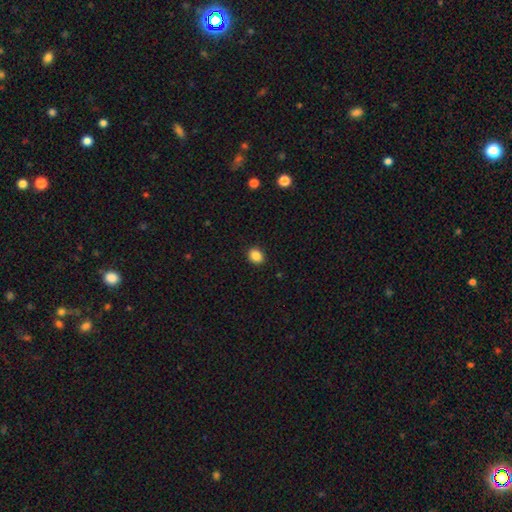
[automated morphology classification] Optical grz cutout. It shows a smooth galaxy with no disk features (87%) that is round (51%). Merging: none (91%).